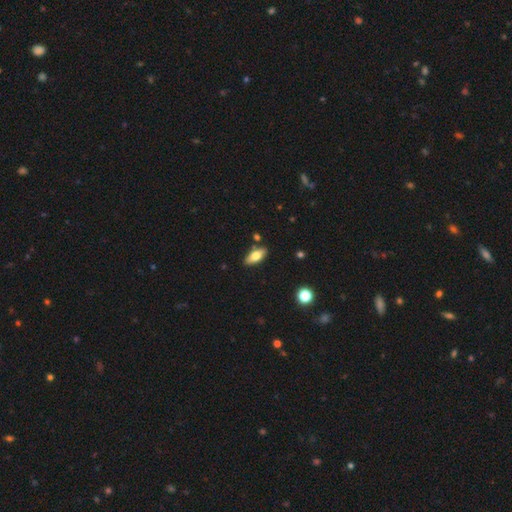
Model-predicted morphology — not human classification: The model was most divided on "smooth or featured": smooth: 70%, featured or disk: 23%, star or artifact: 7%. More confident: merging — none (84%); how rounded — in between (84%).